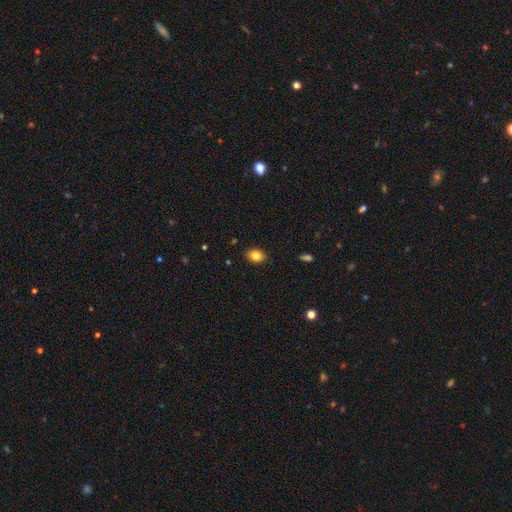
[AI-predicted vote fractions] Smooth or featured? Predicted: smooth (p=0.82). How rounded? Predicted: in between (p=0.65). Merging? Predicted: none (p=0.87).